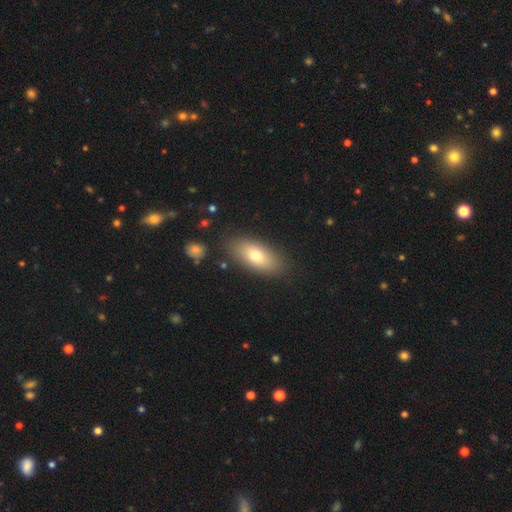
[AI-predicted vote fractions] This is likely a smooth galaxy (73%). How rounded: clearly in between (86%). Merging: clearly none (85%).